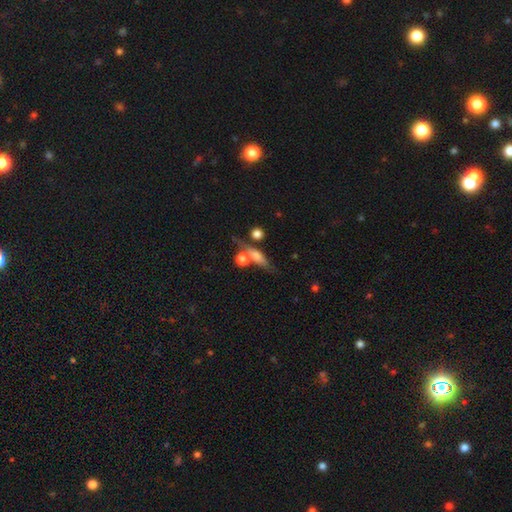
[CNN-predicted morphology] Smooth or featured?
  - smooth: 61% *
  - featured or disk: 29%
  - star or artifact: 10%
How rounded?
  - cigar-shaped: 46% *
  - in between: 38%
  - round: 15%
Merging?
  - none: 54% *
  - merger: 22%
  - minor disturbance: 16%
  - major disturbance: 8%